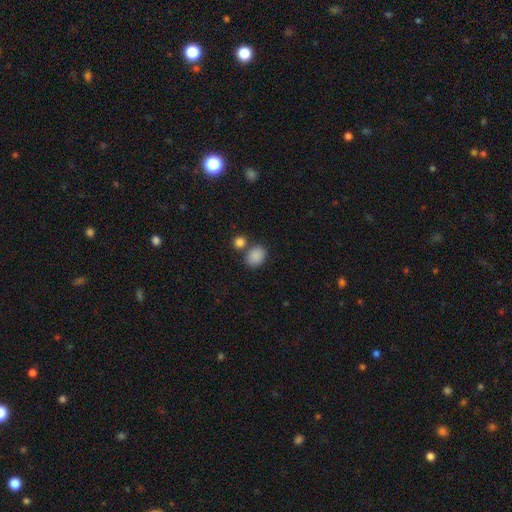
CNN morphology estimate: This appears to be a smooth galaxy with no disk features (87%) that is in between round and cigar-shaped (56%). Merging: none (64%).